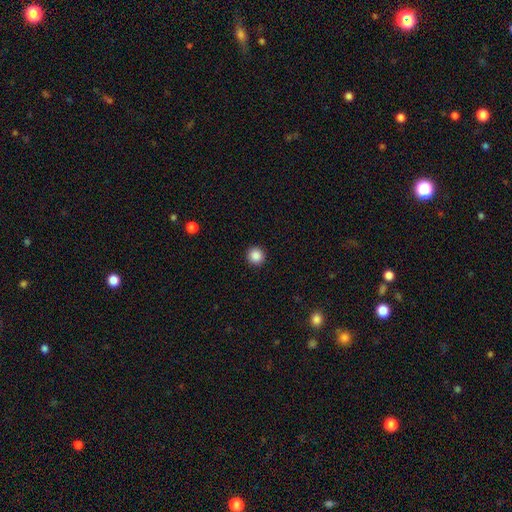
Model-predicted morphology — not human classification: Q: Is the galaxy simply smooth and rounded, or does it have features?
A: smooth — 88%.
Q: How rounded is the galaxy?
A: round — 94%.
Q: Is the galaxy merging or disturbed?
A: none — 93%.